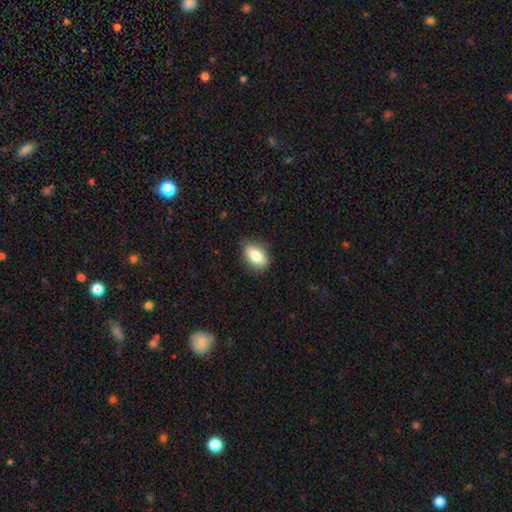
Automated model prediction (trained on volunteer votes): smooth-or-featured: smooth: 81% | featured or disk: 12% | star or artifact: 7%
  how-rounded: in between: 89% | round: 8% | cigar-shaped: 3%
  merging: none: 82% | minor disturbance: 15% | major disturbance: 3% | merger: 1%